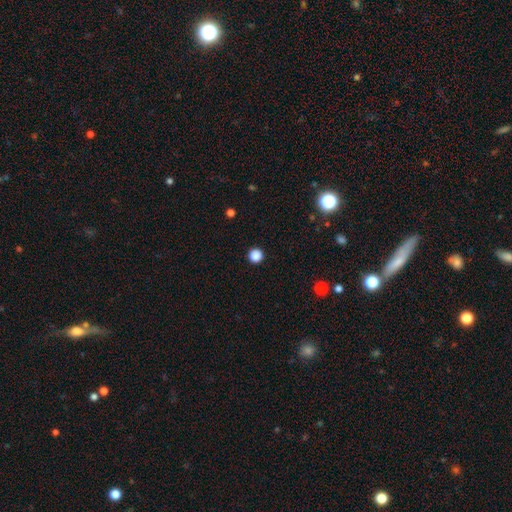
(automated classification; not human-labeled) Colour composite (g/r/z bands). It shows a smooth galaxy with no disk features (86%) that is round (96%). Merging: none (94%).